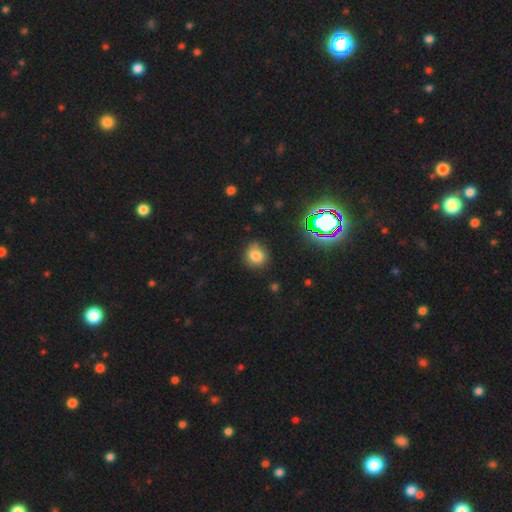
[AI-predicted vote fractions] A smooth galaxy with no disk features (77%) that is round (83%). Merging: none (81%).